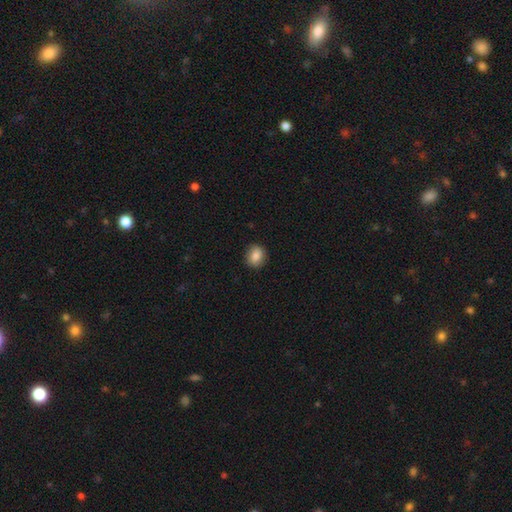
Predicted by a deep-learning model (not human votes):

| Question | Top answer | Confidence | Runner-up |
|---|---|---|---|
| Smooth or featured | smooth | 84% | star or artifact (8%) |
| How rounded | round | 68% | in between (31%) |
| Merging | none | 88% | minor disturbance (9%) |